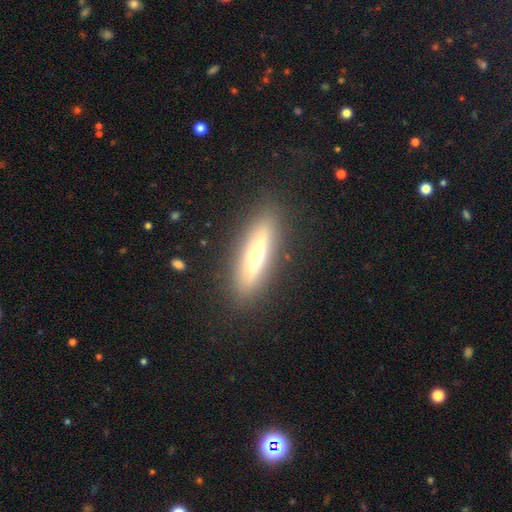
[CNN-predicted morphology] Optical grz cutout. It shows a featured or disk galaxy (55%) viewed edge-on (87%). Merging: none (87%).